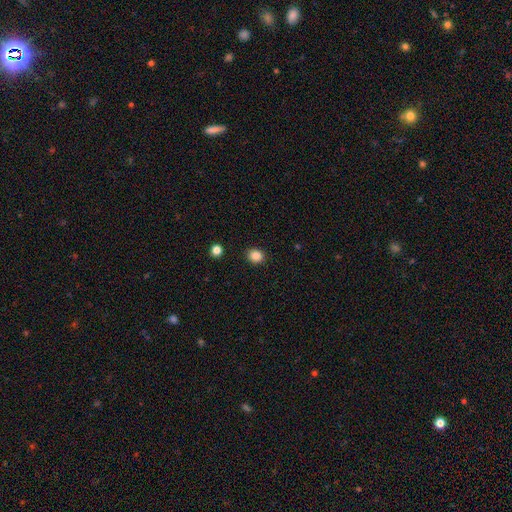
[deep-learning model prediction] Smooth or featured? Predicted: smooth (p=0.85). How rounded? Predicted: round (p=0.75). Merging? Predicted: none (p=0.91).